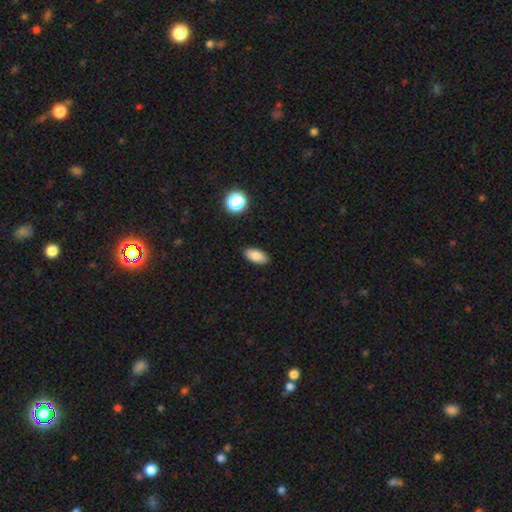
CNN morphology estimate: Smooth or featured?
  - smooth: 85% *
  - star or artifact: 9%
  - featured or disk: 6%
How rounded?
  - in between: 91% *
  - cigar-shaped: 5%
  - round: 4%
Merging?
  - none: 89% *
  - minor disturbance: 8%
  - major disturbance: 2%
  - merger: 1%